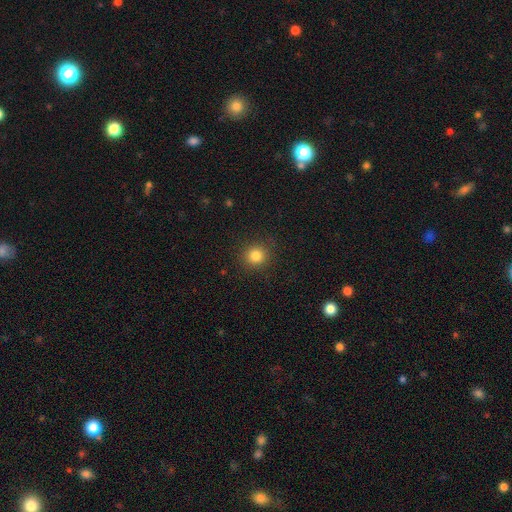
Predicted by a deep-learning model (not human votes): smooth_or_featured: smooth (p=0.82) [alt: star or artifact p=0.13]
how_rounded: round (p=0.91) [alt: in between p=0.08]
merging: none (p=0.90) [alt: minor disturbance p=0.07]